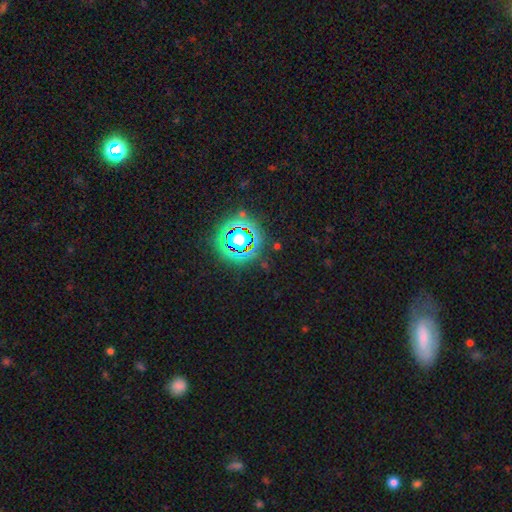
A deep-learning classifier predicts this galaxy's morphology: type=star or artifact (78%).